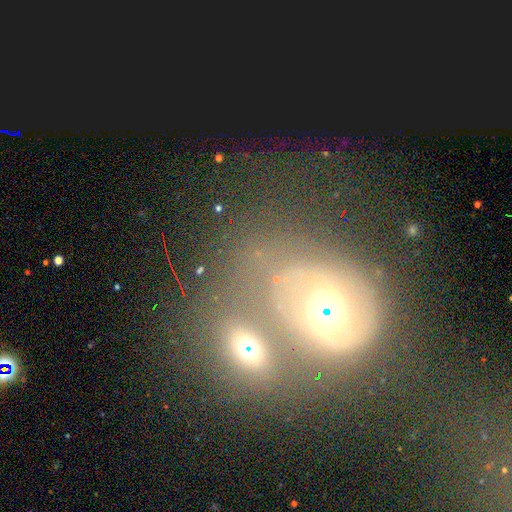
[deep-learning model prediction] A featured or disk galaxy (74%) with no bar (61%), 2 (69%) tight (45%) spiral arms (86%) and a moderate central bulge (57%).

Vote fractions:
- Smooth or featured? featured or disk: 74% / smooth: 16% / star or artifact: 10%
- Edge-on disk? no: 96% / yes: 4%
- Bar? no: 61% / weak: 30% / strong: 10%
- Spiral arms? yes: 86% / no: 14%
- Spiral winding? tight: 45% / medium: 39% / loose: 16%
- Spiral arm count? 2: 69% / can't tell: 15% / 1: 9% / 3: 3% / 4: 2% / more than 4: 2%
- Bulge size? moderate: 57% / small: 20% / large: 16% / none: 4% / dominant: 3%
- Merging? merger: 59% / none: 22% / major disturbance: 10% / minor disturbance: 9%